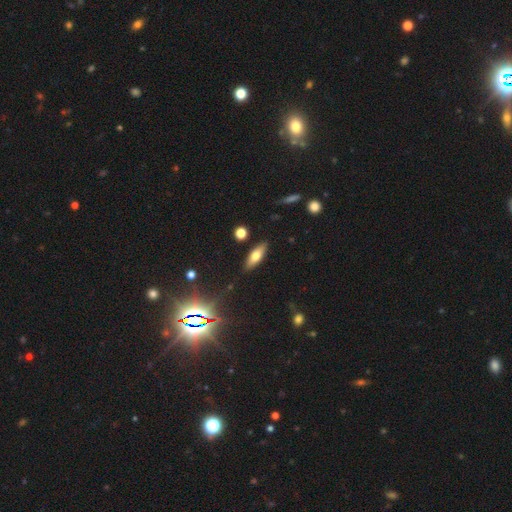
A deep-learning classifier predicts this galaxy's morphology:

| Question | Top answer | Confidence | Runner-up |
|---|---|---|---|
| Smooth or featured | smooth | 67% | featured or disk (24%) |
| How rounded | in between | 61% | cigar-shaped (35%) |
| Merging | none | 86% | minor disturbance (9%) |